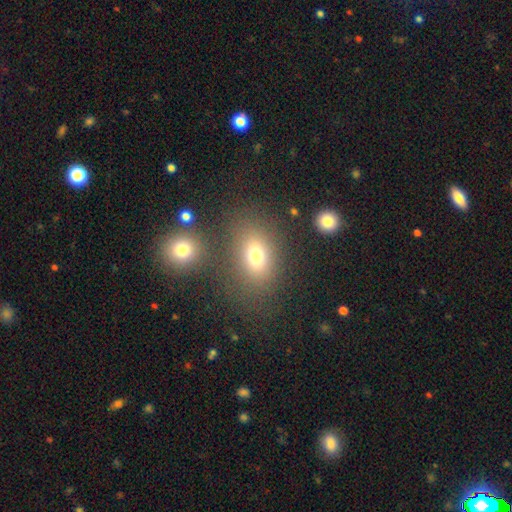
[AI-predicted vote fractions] A smooth galaxy with no disk features (74%) that is in between round and cigar-shaped (75%).

Vote fractions:
- Smooth or featured? smooth: 74% / star or artifact: 14% / featured or disk: 12%
- How rounded? in between: 75% / round: 23% / cigar-shaped: 2%
- Merging? none: 71% / minor disturbance: 12% / merger: 10% / major disturbance: 7%